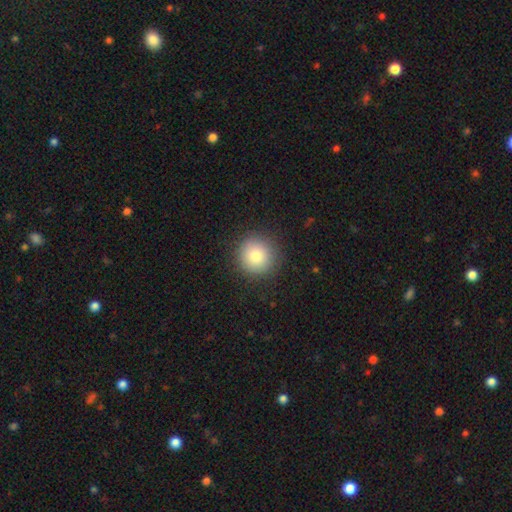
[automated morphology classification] Smooth or featured? Predicted: smooth (p=0.82). How rounded? Predicted: round (p=0.95). Merging? Predicted: none (p=0.90).